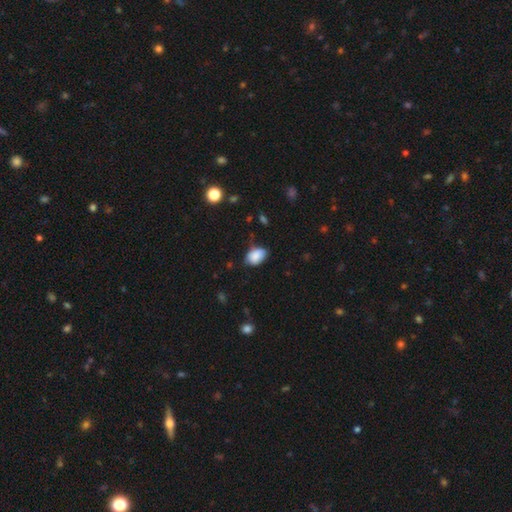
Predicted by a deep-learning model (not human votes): Q: Smooth or featured?
A: smooth (87%); runner-up: star or artifact (8%)
Q: How rounded?
A: in between (86%); runner-up: round (12%)
Q: Merging?
A: none (71%); runner-up: minor disturbance (23%)